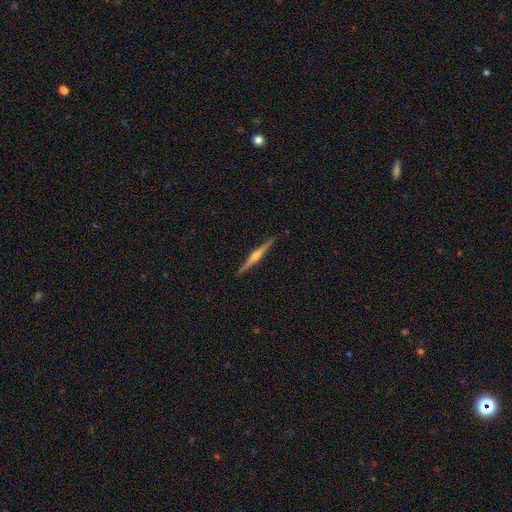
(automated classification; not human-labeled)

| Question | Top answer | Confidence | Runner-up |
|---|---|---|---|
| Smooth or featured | featured or disk | 82% | smooth (13%) |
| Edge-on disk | yes | 99% | no (1%) |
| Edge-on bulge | rounded | 92% | boxy (4%) |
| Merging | none | 92% | minor disturbance (6%) |